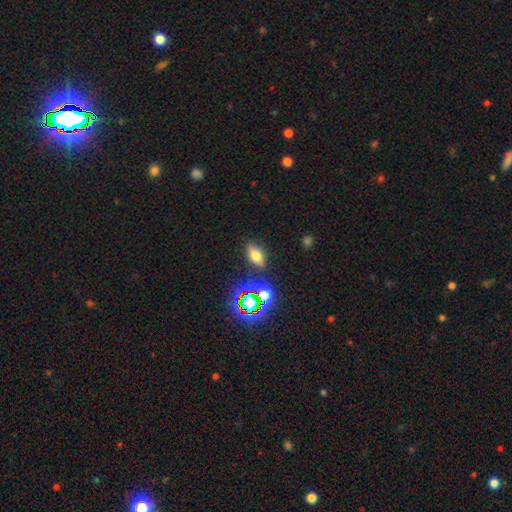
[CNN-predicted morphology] Q: Smooth or featured?
A: smooth (66%); runner-up: star or artifact (22%)
Q: How rounded?
A: in between (84%); runner-up: round (10%)
Q: Merging?
A: none (83%); runner-up: minor disturbance (10%)